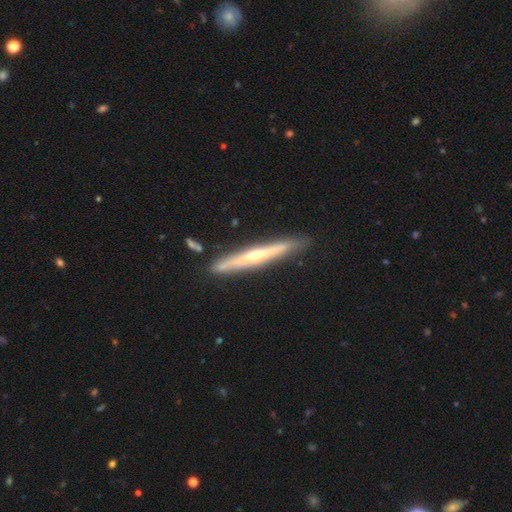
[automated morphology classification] The model was most divided on "smooth or featured": featured or disk: 70%, smooth: 24%, star or artifact: 6%. More confident: edge-on disk — yes (95%); merging — none (86%); edge-on bulge — rounded (76%).